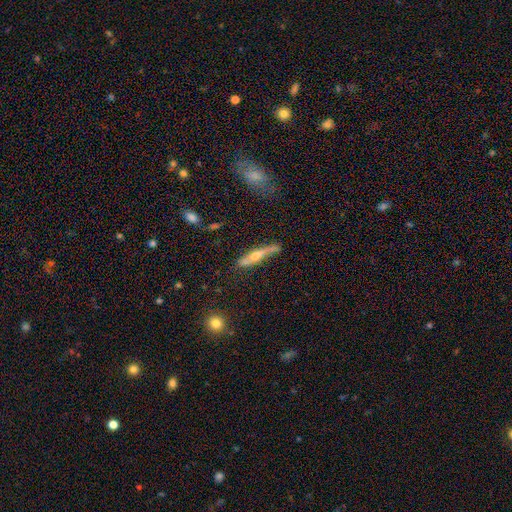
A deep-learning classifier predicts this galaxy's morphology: featured or disk 59%, smooth 33%, star or artifact 8%. Down the decision tree: edge-on disk — yes (82%); merging — none (60%).